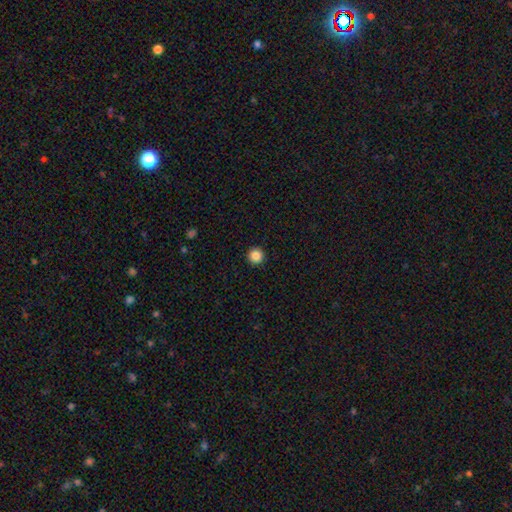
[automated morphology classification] Smooth or featured? Predicted: smooth (p=0.87). How rounded? Predicted: round (p=0.96). Merging? Predicted: none (p=0.94).